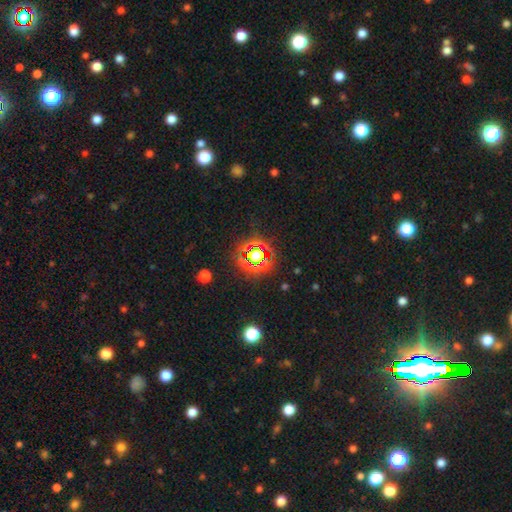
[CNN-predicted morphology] type=star or artifact (63%).